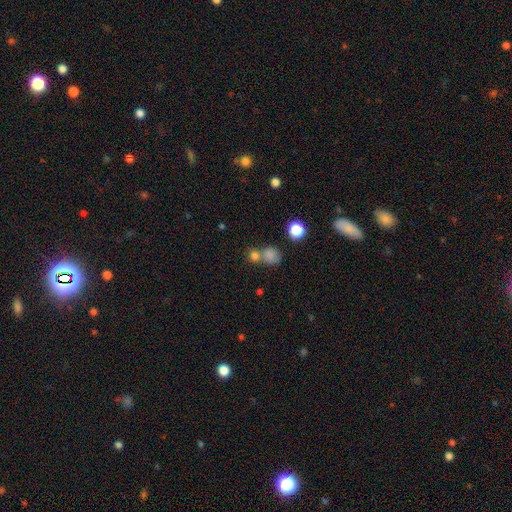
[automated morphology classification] type=smooth (72%); roundness=round (82%); merging=none (53%).